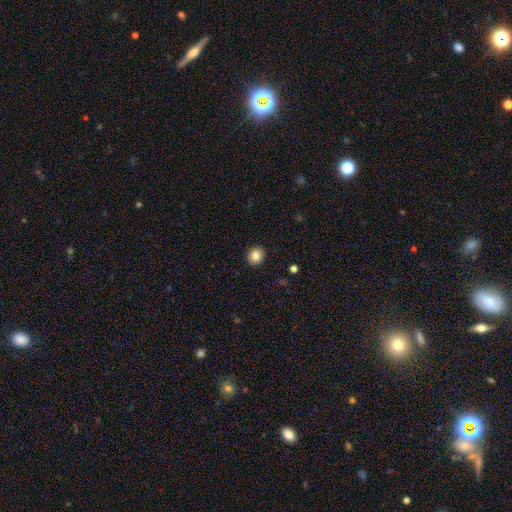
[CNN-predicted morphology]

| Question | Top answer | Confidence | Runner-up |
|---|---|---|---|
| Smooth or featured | smooth | 84% | star or artifact (10%) |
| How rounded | round | 82% | in between (17%) |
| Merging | none | 92% | minor disturbance (5%) |